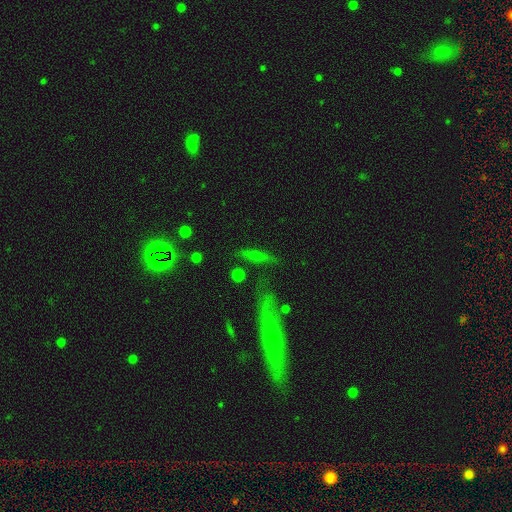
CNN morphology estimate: type=smooth (43%); merging=none (74%).